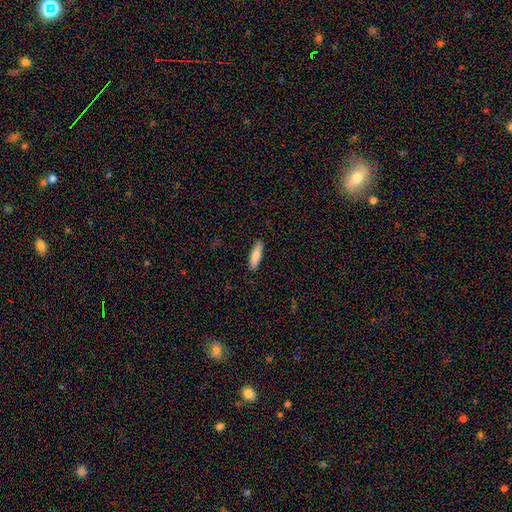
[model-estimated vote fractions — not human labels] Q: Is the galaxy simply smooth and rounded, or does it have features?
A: smooth — 82%.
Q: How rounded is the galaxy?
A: cigar-shaped — 54%.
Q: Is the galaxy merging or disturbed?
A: none — 88%.